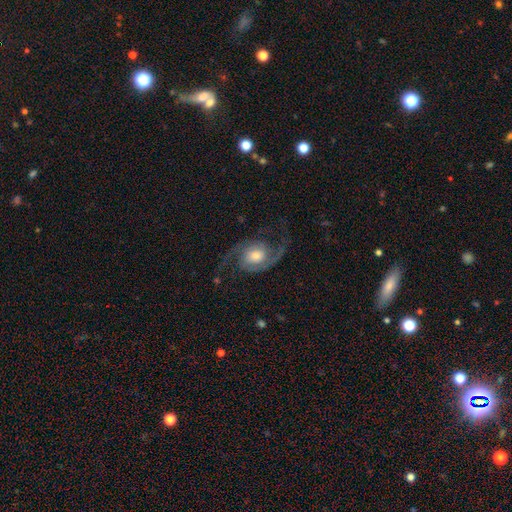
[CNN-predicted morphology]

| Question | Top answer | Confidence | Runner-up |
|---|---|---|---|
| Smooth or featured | featured or disk | 89% | smooth (6%) |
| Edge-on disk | no | 98% | yes (2%) |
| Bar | no | 64% | weak (29%) |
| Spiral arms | yes | 98% | no (2%) |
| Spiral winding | medium | 47% | loose (41%) |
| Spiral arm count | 2 | 94% | can't tell (2%) |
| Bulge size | moderate | 53% | large (22%) |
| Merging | none | 74% | minor disturbance (14%) |